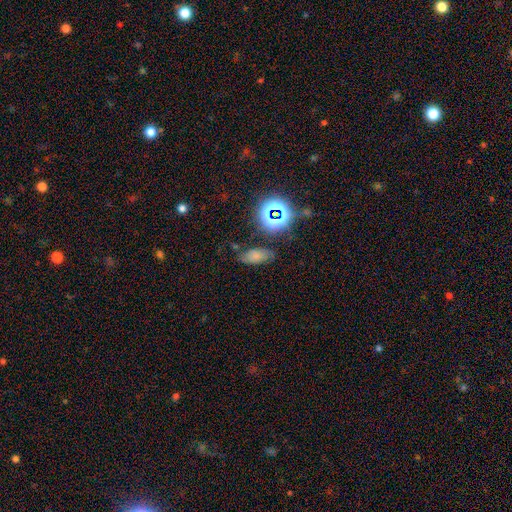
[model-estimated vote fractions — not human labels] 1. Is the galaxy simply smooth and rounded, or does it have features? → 60% smooth, 24% star or artifact, 16% featured or disk.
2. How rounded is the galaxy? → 85% in between, 8% round, 7% cigar-shaped.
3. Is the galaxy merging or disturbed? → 69% none, 19% minor disturbance, 7% major disturbance, 4% merger.